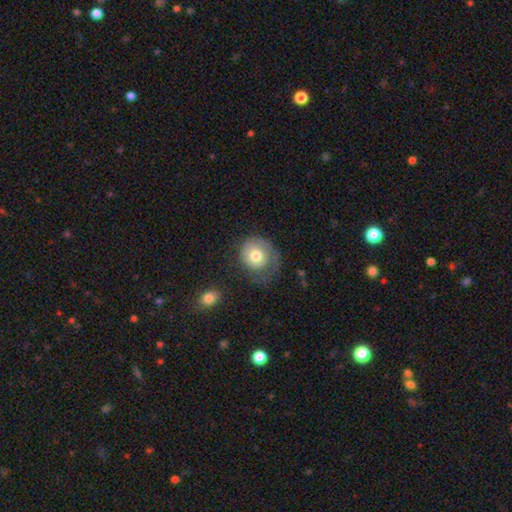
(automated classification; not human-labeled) A smooth galaxy with no disk features (60%) that is round (75%). Merging: none (43%).